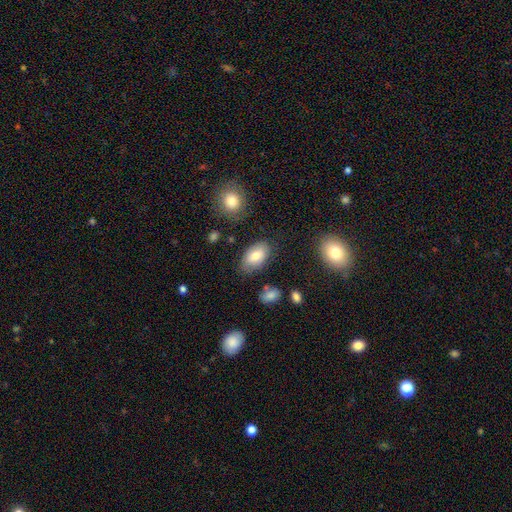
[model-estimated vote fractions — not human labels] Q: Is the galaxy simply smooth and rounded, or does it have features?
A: smooth — 76%.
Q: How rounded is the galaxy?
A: in between — 93%.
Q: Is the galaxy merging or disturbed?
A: none — 75%.